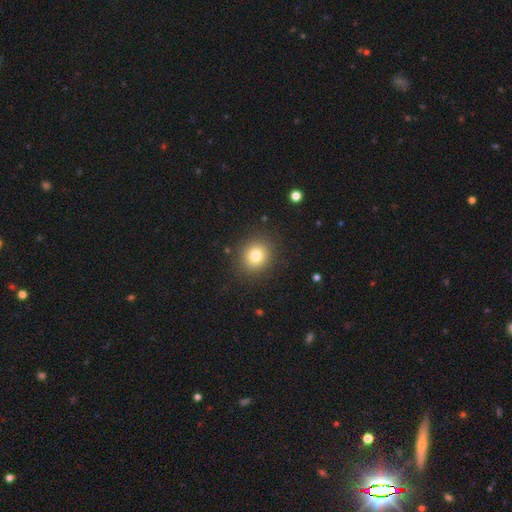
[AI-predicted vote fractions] Morphology: type=smooth (79%); roundness=round (83%); merging=none (89%).